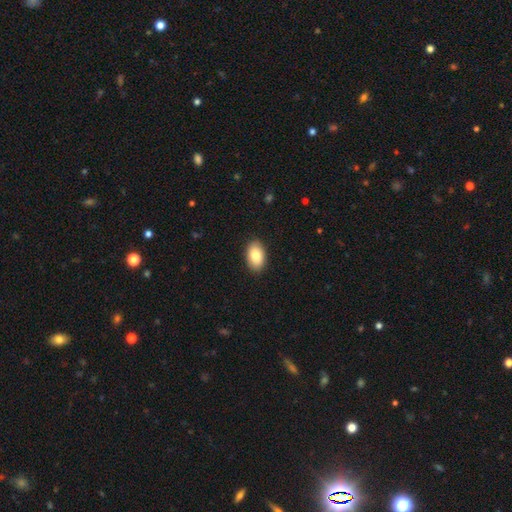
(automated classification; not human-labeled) smooth_or_featured: smooth (p=0.85) [alt: featured or disk p=0.08]
how_rounded: in between (p=0.92) [alt: round p=0.06]
merging: none (p=0.89) [alt: minor disturbance p=0.08]